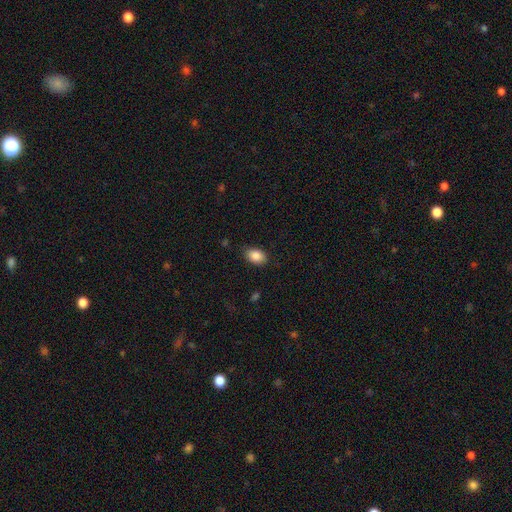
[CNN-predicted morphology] This appears to be a smooth galaxy with no disk features (87%) that is in between round and cigar-shaped (86%). Merging: none (84%).